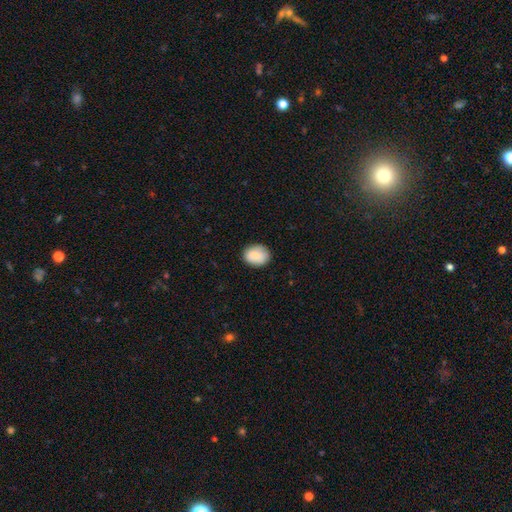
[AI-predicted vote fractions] Smooth or featured? Predicted: smooth (p=0.87). How rounded? Predicted: in between (p=0.53). Merging? Predicted: none (p=0.84).